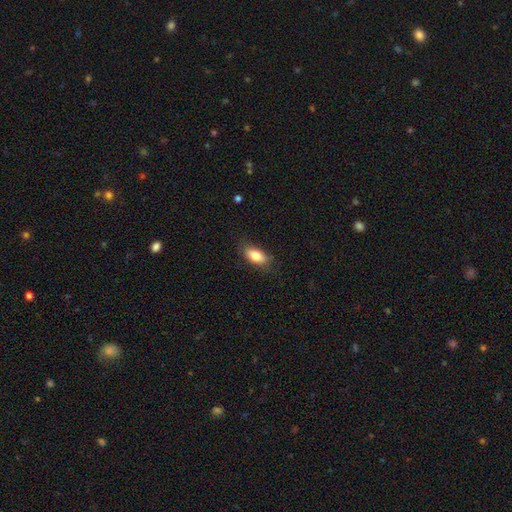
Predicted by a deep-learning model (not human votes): This is clearly a smooth galaxy (82%). How rounded: clearly in between (87%). Merging: clearly none (81%).